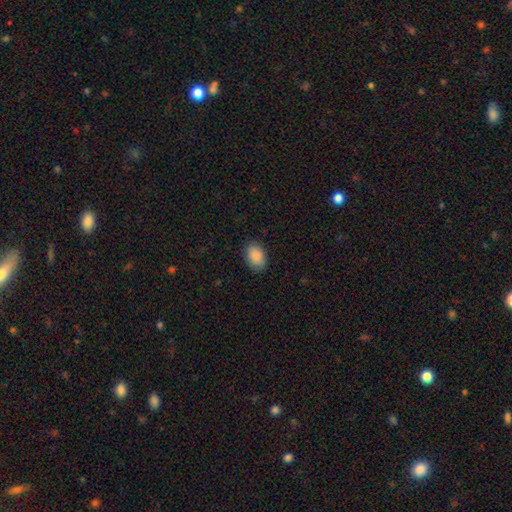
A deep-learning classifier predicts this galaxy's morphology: Q: Smooth or featured?
A: smooth (90%); runner-up: star or artifact (7%)
Q: How rounded?
A: in between (83%); runner-up: round (16%)
Q: Merging?
A: none (85%); runner-up: minor disturbance (12%)